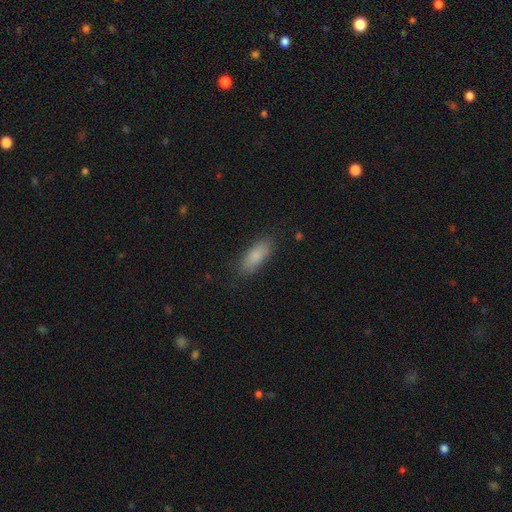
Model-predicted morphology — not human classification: smooth_or_featured: smooth (p=0.85) [alt: featured or disk p=0.08]
how_rounded: in between (p=0.71) [alt: cigar-shaped p=0.27]
merging: none (p=0.84) [alt: minor disturbance p=0.12]